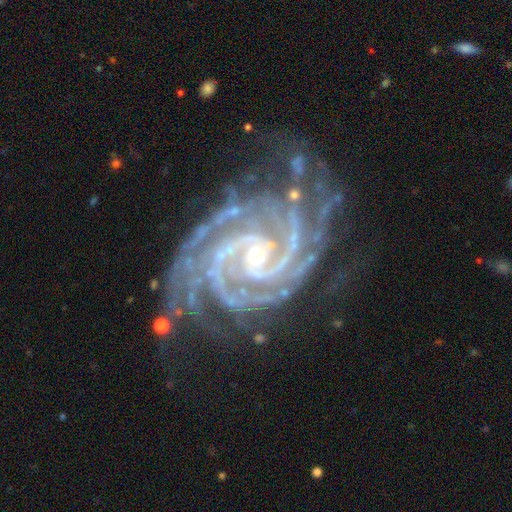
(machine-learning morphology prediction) Smooth or featured? featured or disk (94%)
Edge-on disk? no (98%)
Bar? no (42%)
Spiral arms? yes (99%)
Spiral winding? tight (78%)
Spiral arm count? 2 (29%)
Bulge size? small (69%)
Merging? none (67%)